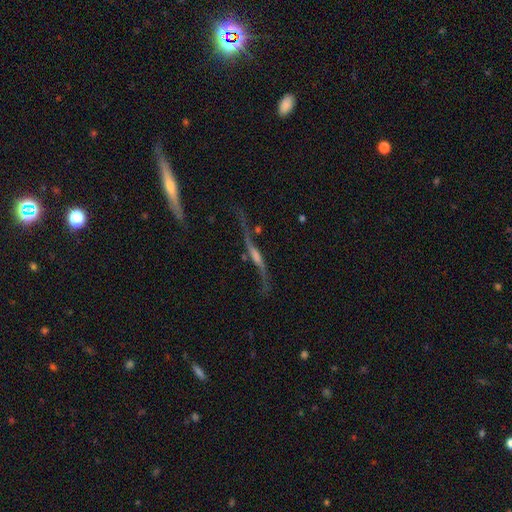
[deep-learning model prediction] smooth-or-featured: featured or disk: 79% | smooth: 12% | star or artifact: 10%
  disk-edge-on: yes: 59% | no: 41%
  merging: none: 50% | major disturbance: 23% | minor disturbance: 19% | merger: 8%